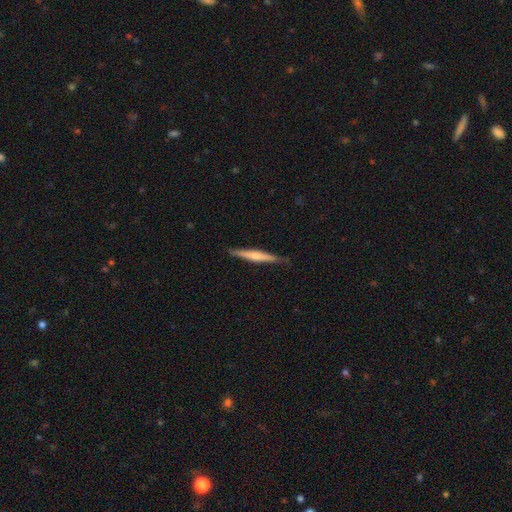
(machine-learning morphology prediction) This is possibly a featured or disk galaxy (55%). It is clearly viewed edge-on (97%). Edge-on bulge: likely rounded (63%). Merging: clearly none (87%).